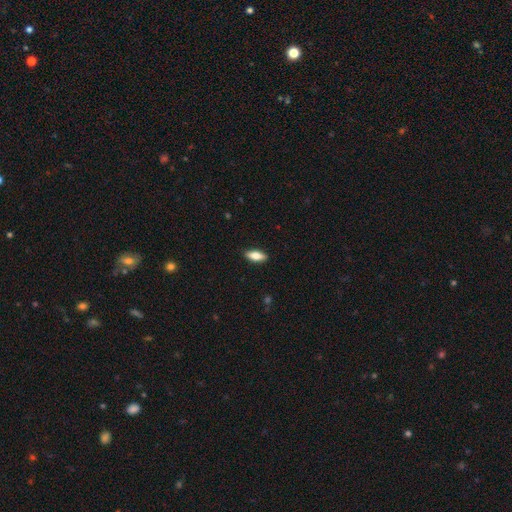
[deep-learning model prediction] A smooth galaxy with no disk features (77%) that is in between round and cigar-shaped (76%). Merging: none (89%).